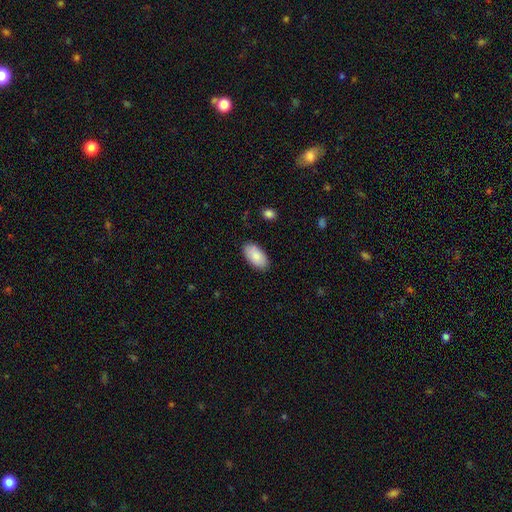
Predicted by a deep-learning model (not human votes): This is clearly a smooth galaxy (85%). How rounded: clearly in between (95%). Merging: clearly none (85%).